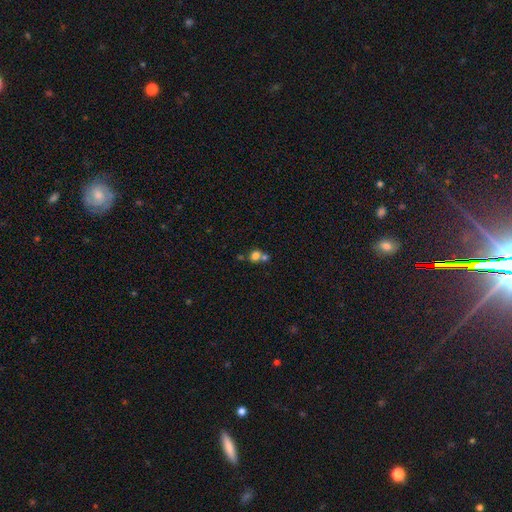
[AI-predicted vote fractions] Smooth or featured? smooth (75%)
How rounded? round (75%)
Merging? merger (47%)